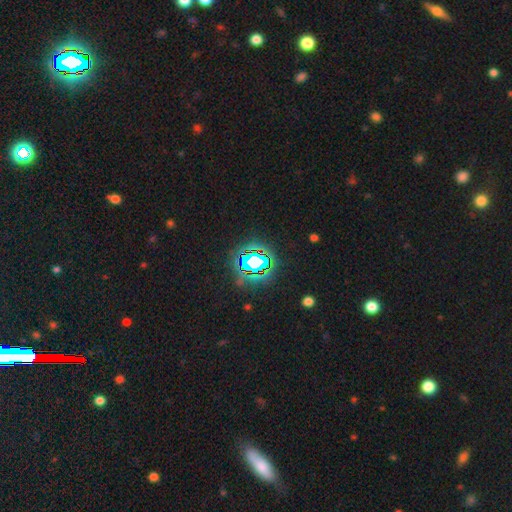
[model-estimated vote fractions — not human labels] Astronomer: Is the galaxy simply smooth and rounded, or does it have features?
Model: star or artifact — 74%.